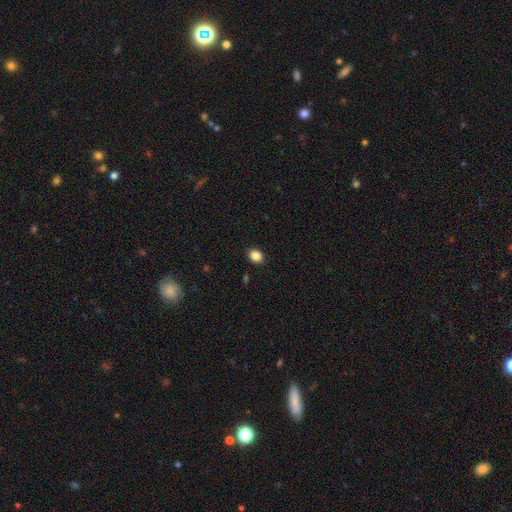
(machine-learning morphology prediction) Overall: smooth (87%). How rounded: in between (58%; round 41%). Merging: none (90%).